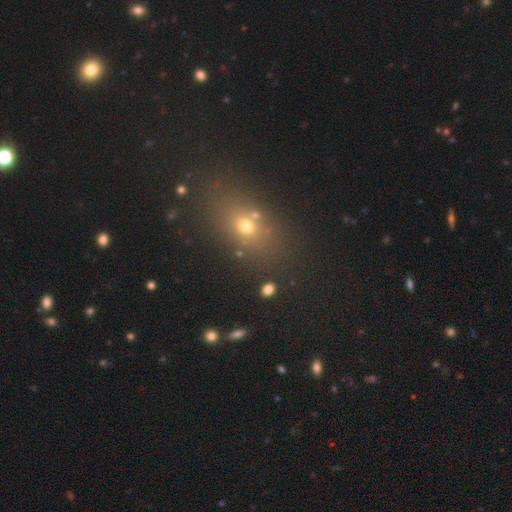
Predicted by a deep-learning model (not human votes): Smooth or featured?
  - smooth: 50% *
  - star or artifact: 37%
  - featured or disk: 13%
Merging?
  - none: 81% *
  - minor disturbance: 10%
  - merger: 5%
  - major disturbance: 5%